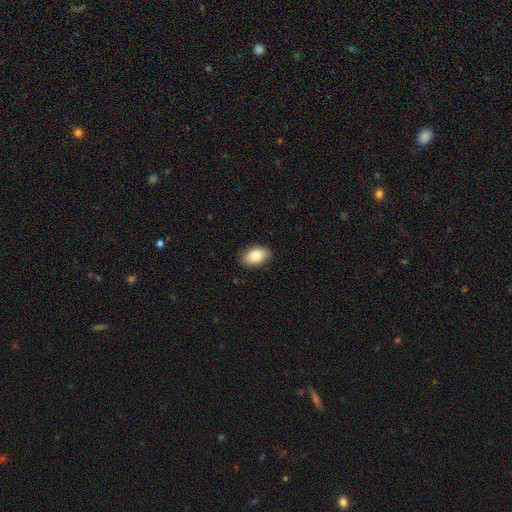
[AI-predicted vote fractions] Q: Smooth or featured?
A: smooth (87%); runner-up: star or artifact (7%)
Q: How rounded?
A: in between (90%); runner-up: round (8%)
Q: Merging?
A: none (87%); runner-up: minor disturbance (9%)